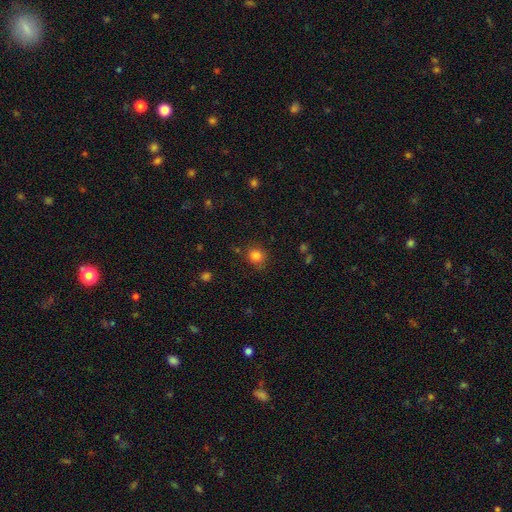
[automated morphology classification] smooth 83%, star or artifact 12%, featured or disk 5%. Down the decision tree: how rounded — round (85%); merging — none (80%).